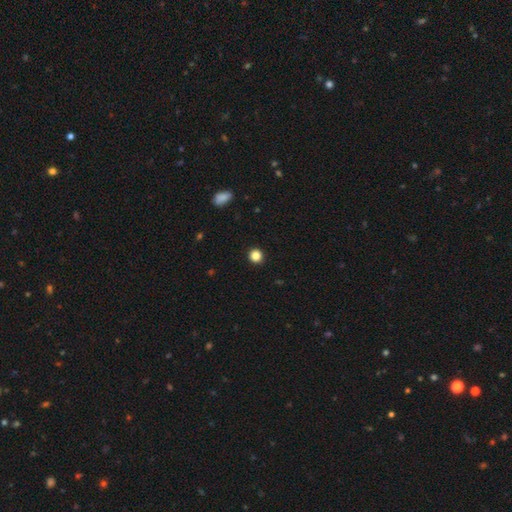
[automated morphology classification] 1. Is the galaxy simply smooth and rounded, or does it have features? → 85% smooth, 12% star or artifact, 3% featured or disk.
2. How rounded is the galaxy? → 92% round, 7% in between, 1% cigar-shaped.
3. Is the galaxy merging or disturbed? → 93% none, 4% minor disturbance, 1% major disturbance, 1% merger.